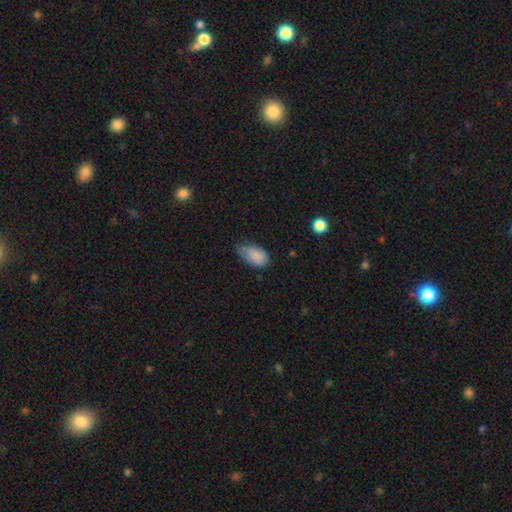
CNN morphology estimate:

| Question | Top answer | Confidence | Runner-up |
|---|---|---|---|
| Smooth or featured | smooth | 86% | star or artifact (7%) |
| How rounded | in between | 92% | round (6%) |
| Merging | minor disturbance | 46% | none (42%) |